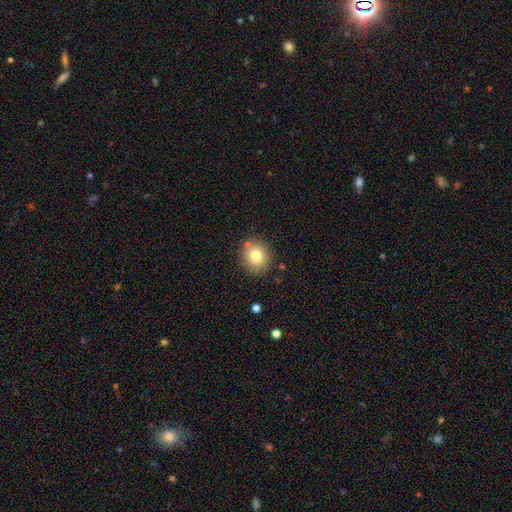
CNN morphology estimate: smooth_or_featured: smooth (p=0.79) [alt: star or artifact p=0.11]
how_rounded: round (p=0.81) [alt: in between p=0.18]
merging: none (p=0.82) [alt: minor disturbance p=0.10]